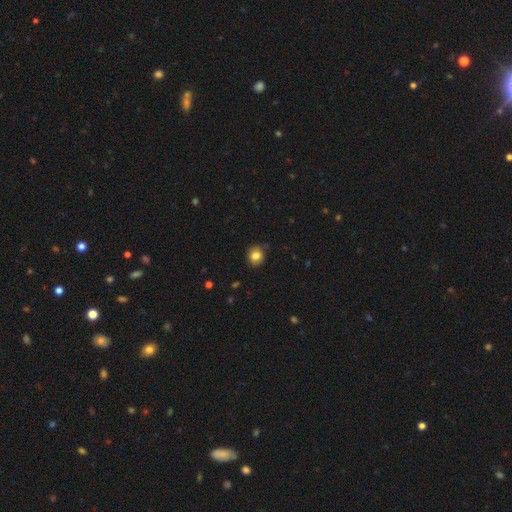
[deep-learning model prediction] Morphology: type=smooth (83%); roundness=round (78%); merging=none (81%).